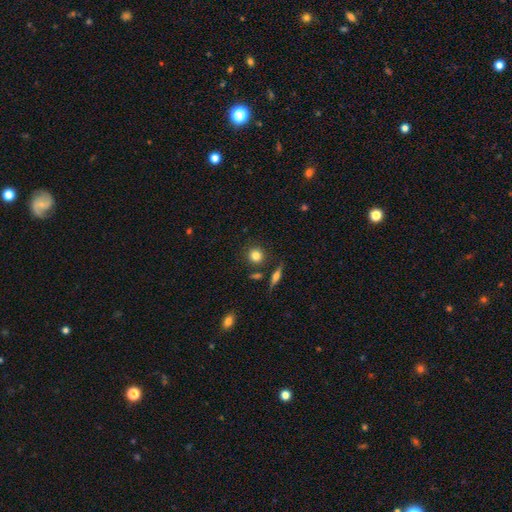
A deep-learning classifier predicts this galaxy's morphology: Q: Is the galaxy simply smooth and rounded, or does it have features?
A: smooth — 81%.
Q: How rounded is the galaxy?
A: round — 88%.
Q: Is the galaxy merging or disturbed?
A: none — 82%.